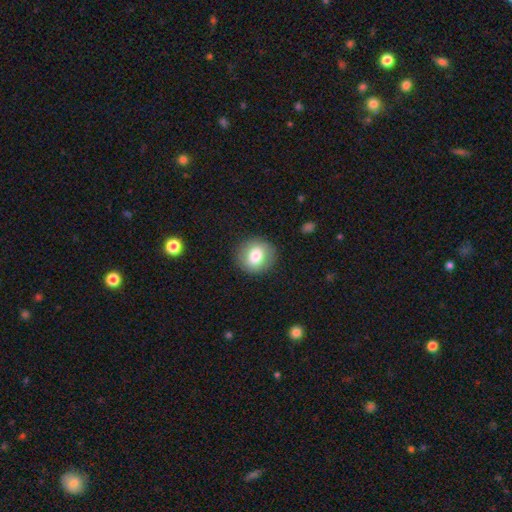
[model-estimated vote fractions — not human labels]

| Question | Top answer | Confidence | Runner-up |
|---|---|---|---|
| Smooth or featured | smooth | 77% | featured or disk (15%) |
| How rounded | round | 85% | in between (14%) |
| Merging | none | 88% | minor disturbance (8%) |